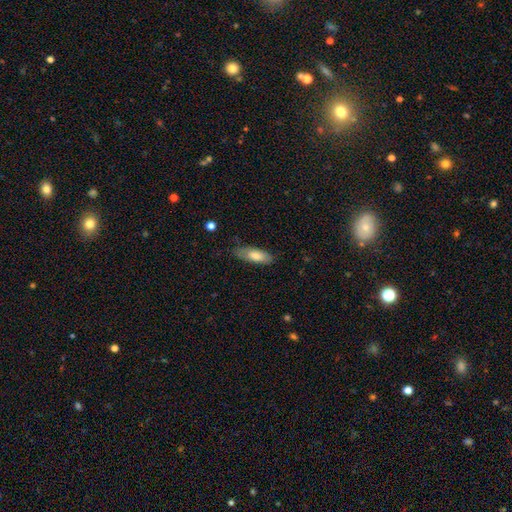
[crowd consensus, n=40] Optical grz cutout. It shows a smooth galaxy with no disk features (88%) that is in between round and cigar-shaped (69%). Merging: none (68%).